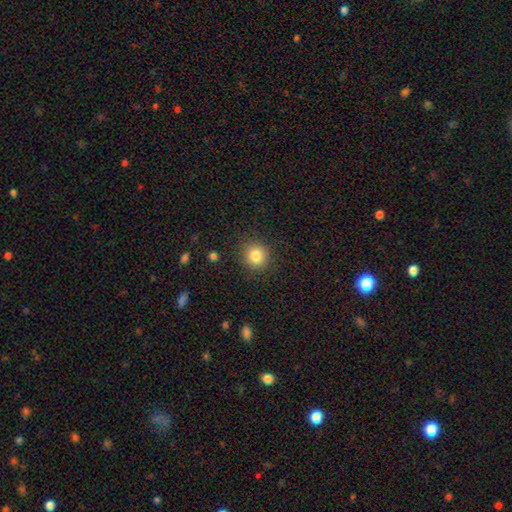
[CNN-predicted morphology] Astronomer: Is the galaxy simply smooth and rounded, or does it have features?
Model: smooth — 83%.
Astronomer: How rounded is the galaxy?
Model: round — 88%.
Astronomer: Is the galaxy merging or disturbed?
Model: none — 88%.